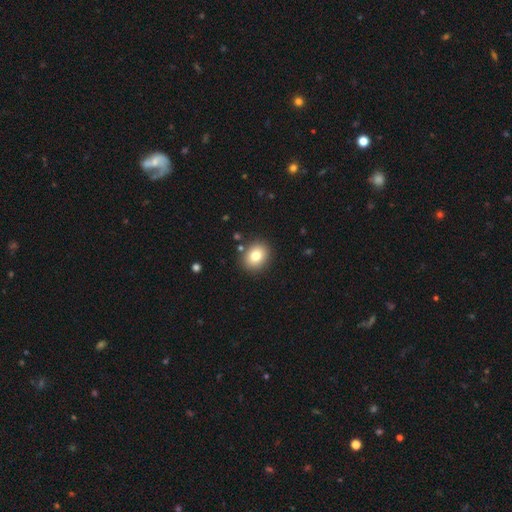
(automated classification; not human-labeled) Smooth or featured? smooth (80%)
How rounded? round (60%)
Merging? none (87%)